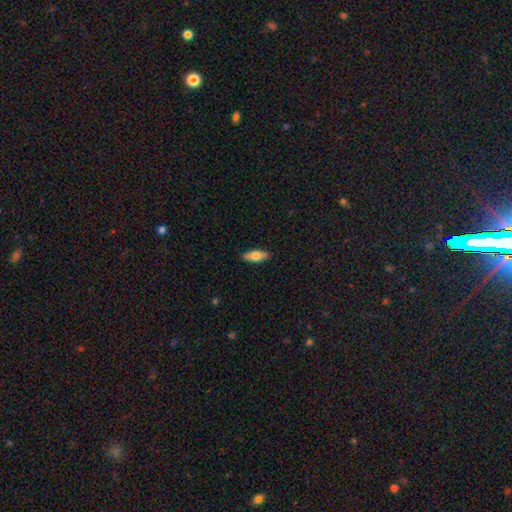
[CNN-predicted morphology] smooth-or-featured: smooth: 68% | featured or disk: 26% | star or artifact: 6%
  how-rounded: in between: 68% | cigar-shaped: 29% | round: 3%
  merging: none: 89% | minor disturbance: 8% | major disturbance: 2% | merger: 1%